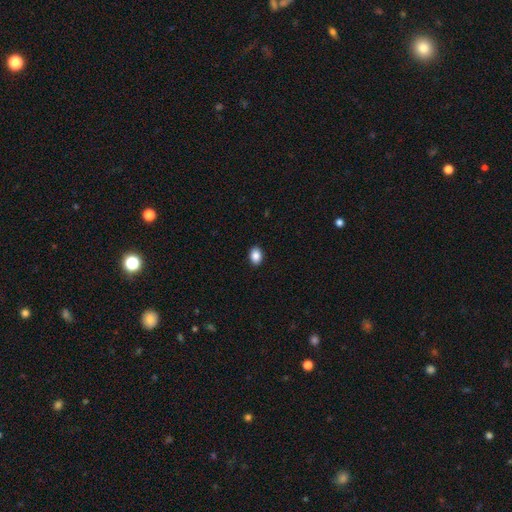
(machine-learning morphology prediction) Smooth or featured? smooth (88%)
How rounded? in between (78%)
Merging? none (91%)